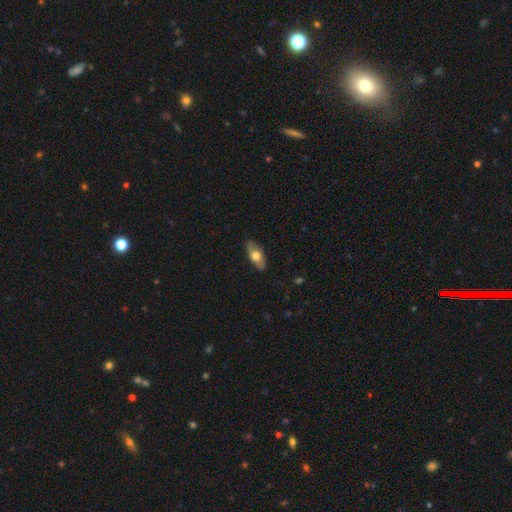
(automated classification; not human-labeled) Overall: smooth (59%; featured or disk 36%). How rounded: in between (83%). Merging: none (86%).